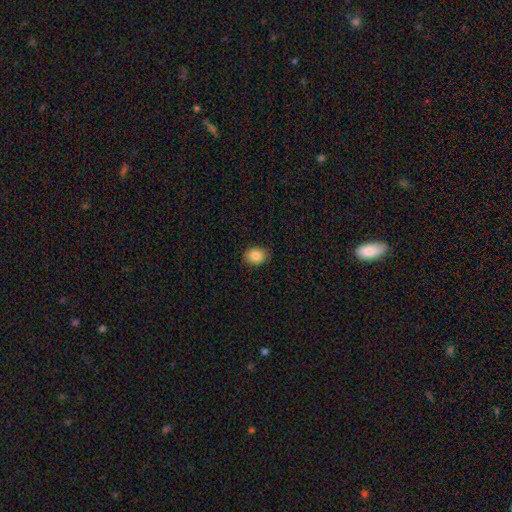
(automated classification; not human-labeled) This appears to be a smooth galaxy with no disk features (85%) that is in between round and cigar-shaped (57%). Merging: none (85%).